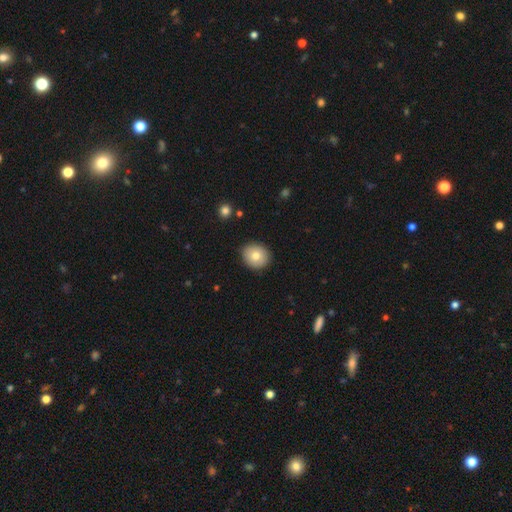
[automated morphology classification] smooth_or_featured: smooth (p=0.78) [alt: featured or disk p=0.13]
how_rounded: round (p=0.76) [alt: in between p=0.23]
merging: none (p=0.88) [alt: minor disturbance p=0.09]